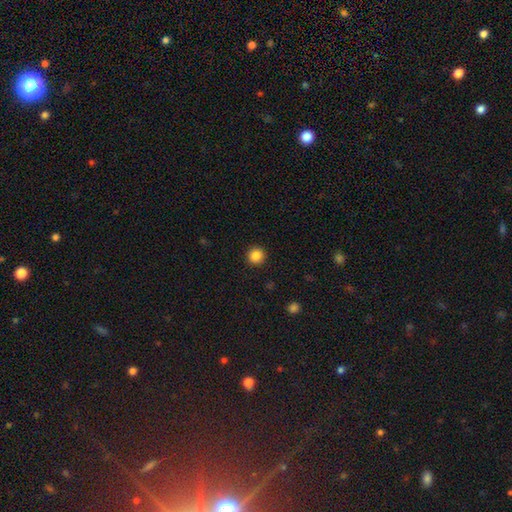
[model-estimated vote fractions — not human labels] This appears to be a smooth galaxy with no disk features (86%) that is round (95%). Merging: none (93%).